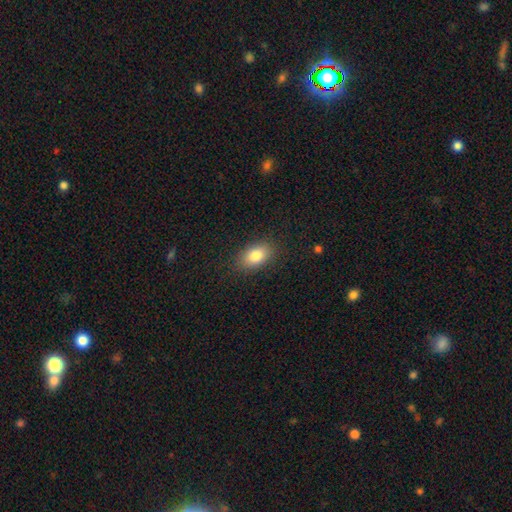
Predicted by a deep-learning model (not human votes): smooth-or-featured: smooth: 82% | featured or disk: 10% | star or artifact: 8%
  how-rounded: in between: 88% | round: 10% | cigar-shaped: 2%
  merging: none: 86% | minor disturbance: 10% | major disturbance: 3% | merger: 1%